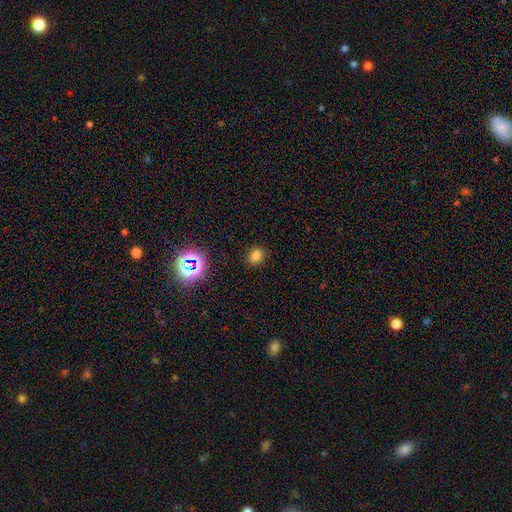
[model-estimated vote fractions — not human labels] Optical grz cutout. It shows a smooth galaxy with no disk features (75%) that is round (56%). Merging: none (87%).